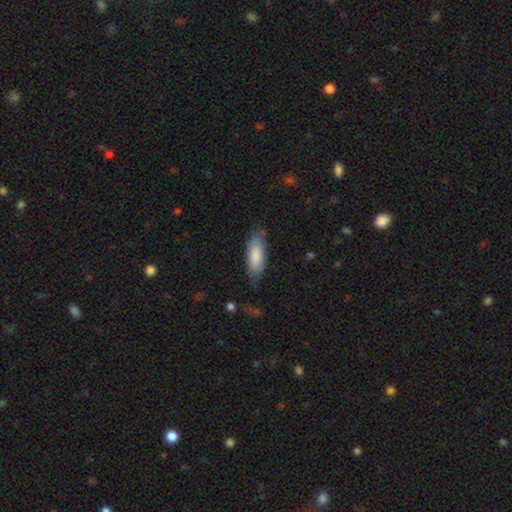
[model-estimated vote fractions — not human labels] smooth-or-featured: smooth: 82% | featured or disk: 12% | star or artifact: 5%
  how-rounded: in between: 67% | cigar-shaped: 31% | round: 2%
  merging: none: 72% | minor disturbance: 22% | major disturbance: 5% | merger: 2%